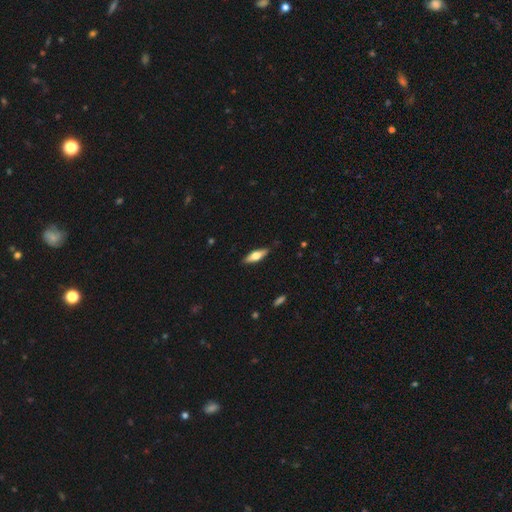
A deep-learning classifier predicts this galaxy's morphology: A smooth galaxy with no disk features (50%) that is cigar-shaped (50%). Merging: none (87%).